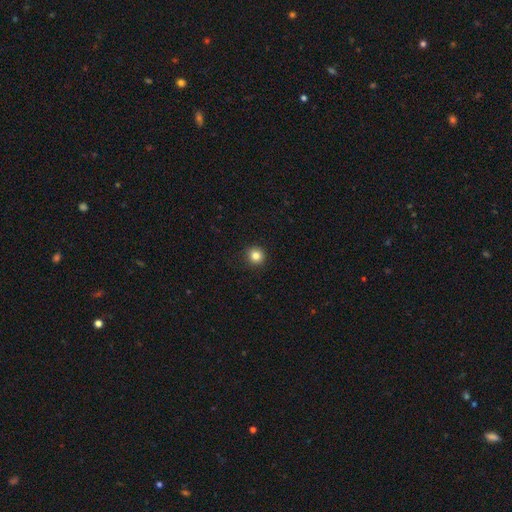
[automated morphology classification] Smooth or featured? Predicted: smooth (p=0.83). How rounded? Predicted: round (p=0.94). Merging? Predicted: none (p=0.92).